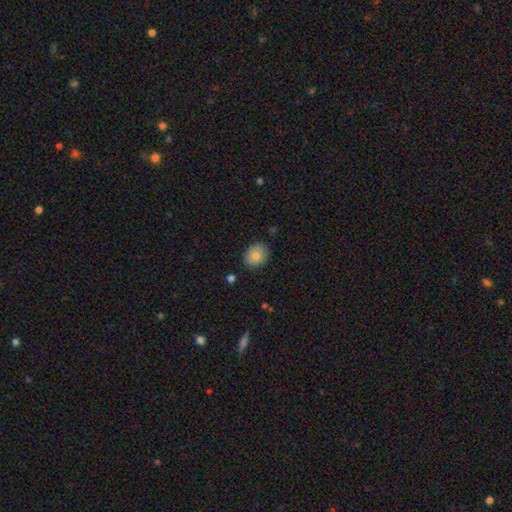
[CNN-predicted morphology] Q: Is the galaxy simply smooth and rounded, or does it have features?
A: smooth — 76%.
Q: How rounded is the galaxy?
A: round — 57%.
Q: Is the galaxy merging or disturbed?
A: none — 86%.